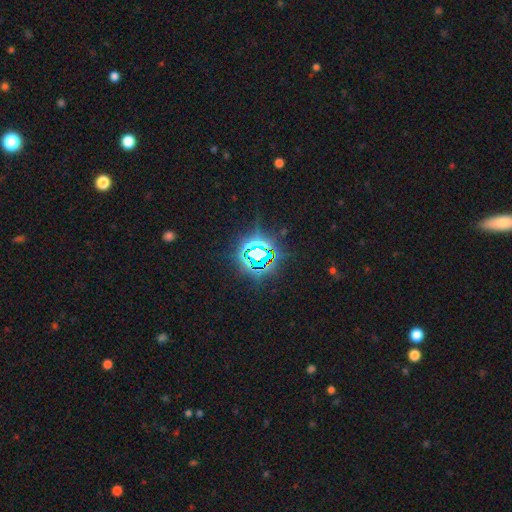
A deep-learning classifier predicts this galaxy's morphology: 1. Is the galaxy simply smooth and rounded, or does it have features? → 80% star or artifact, 11% smooth, 9% featured or disk.